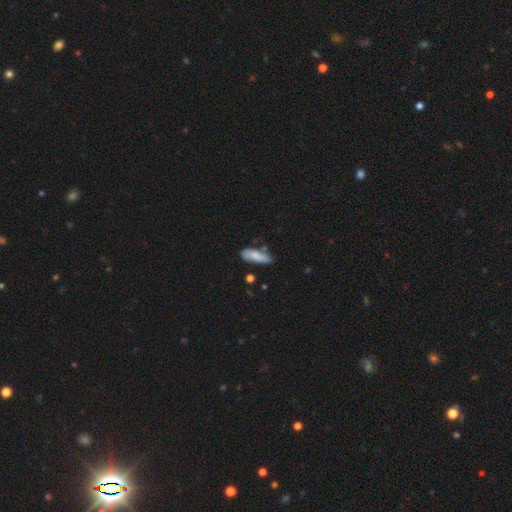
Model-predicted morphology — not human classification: Smooth or featured? Predicted: smooth (p=0.80). How rounded? Predicted: in between (p=0.62). Merging? Predicted: none (p=0.60).